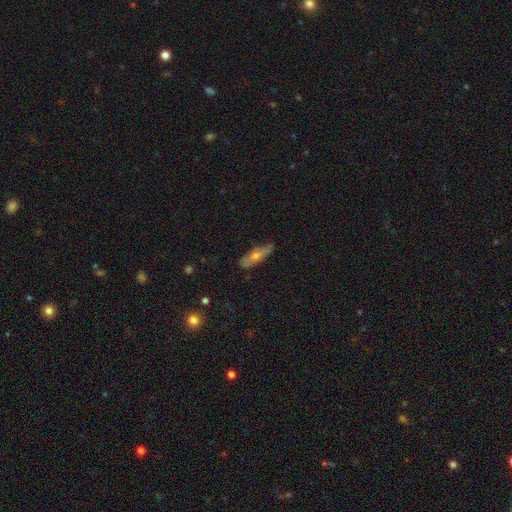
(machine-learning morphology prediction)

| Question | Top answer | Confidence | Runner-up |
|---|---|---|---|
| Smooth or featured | smooth | 51% | featured or disk (42%) |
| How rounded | cigar-shaped | 57% | in between (40%) |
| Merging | none | 81% | minor disturbance (15%) |